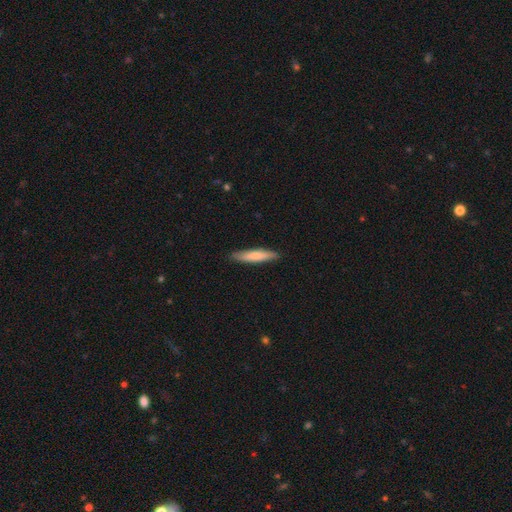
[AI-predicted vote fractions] This is likely a smooth galaxy (74%). How rounded: clearly cigar-shaped (88%). Merging: clearly none (89%).